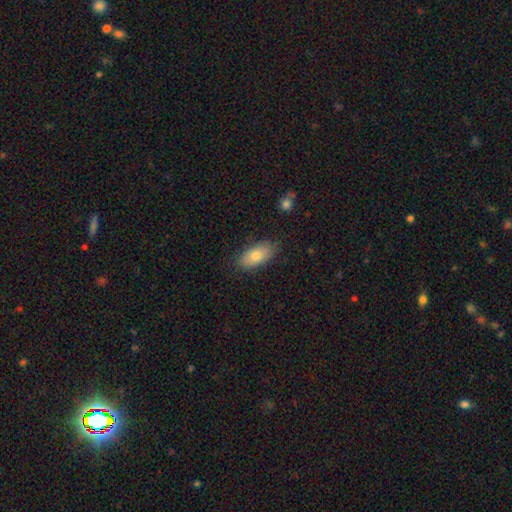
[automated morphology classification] A smooth galaxy with no disk features (76%) that is in between round and cigar-shaped (89%). Merging: none (82%).